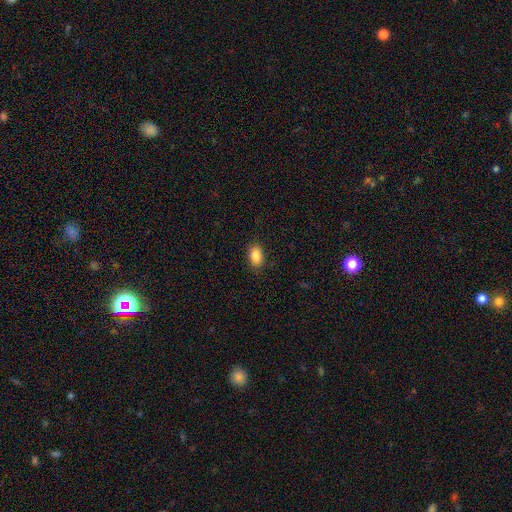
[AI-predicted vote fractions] smooth-or-featured: smooth: 86% | star or artifact: 8% | featured or disk: 5%
  how-rounded: in between: 86% | round: 13% | cigar-shaped: 1%
  merging: none: 87% | minor disturbance: 9% | major disturbance: 2% | merger: 1%